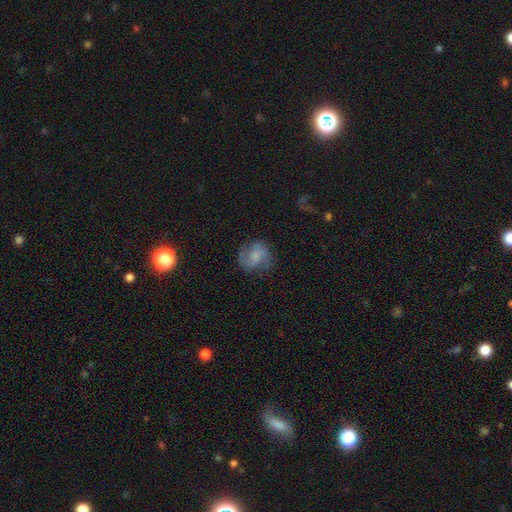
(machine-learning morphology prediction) A featured or disk galaxy (58%) with no bar (55%), 2 (72%) medium (50%) spiral arms (90%) and no central bulge (36%).

Vote fractions:
- Smooth or featured? featured or disk: 58% / smooth: 32% / star or artifact: 9%
- Edge-on disk? no: 97% / yes: 3%
- Bar? no: 55% / weak: 37% / strong: 8%
- Spiral arms? yes: 90% / no: 10%
- Spiral winding? medium: 50% / loose: 29% / tight: 22%
- Spiral arm count? 2: 72% / can't tell: 11% / 3: 9% / 1: 4% / 4: 2% / more than 4: 2%
- Bulge size? none: 36% / small: 27% / moderate: 26% / large: 10% / dominant: 2%
- Merging? none: 70% / minor disturbance: 18% / major disturbance: 10% / merger: 1%